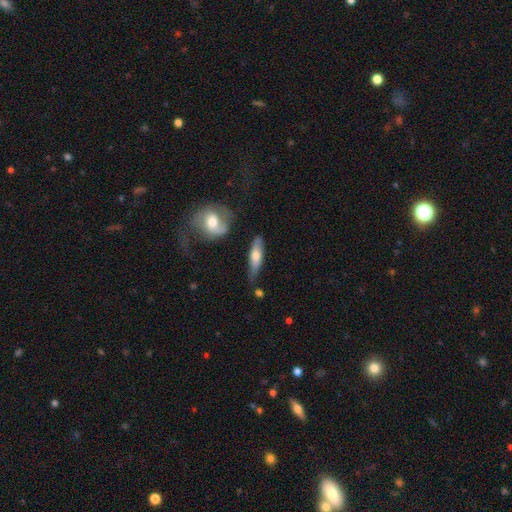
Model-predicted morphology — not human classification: Q: Smooth or featured?
A: smooth (54%); runner-up: featured or disk (41%)
Q: How rounded?
A: cigar-shaped (61%); runner-up: in between (36%)
Q: Merging?
A: none (71%); runner-up: minor disturbance (20%)